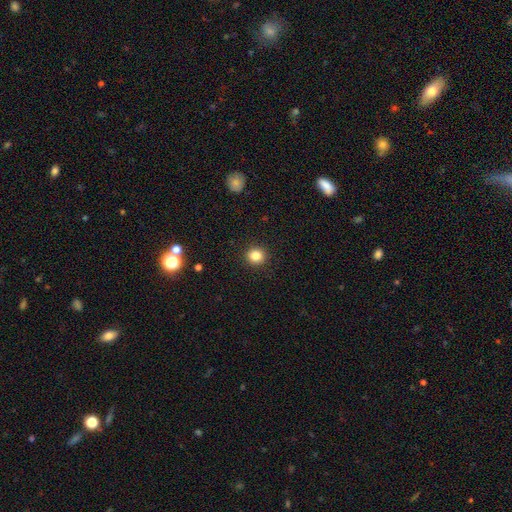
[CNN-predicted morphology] Q: Smooth or featured?
A: smooth (84%); runner-up: star or artifact (11%)
Q: How rounded?
A: round (88%); runner-up: in between (11%)
Q: Merging?
A: none (92%); runner-up: minor disturbance (5%)